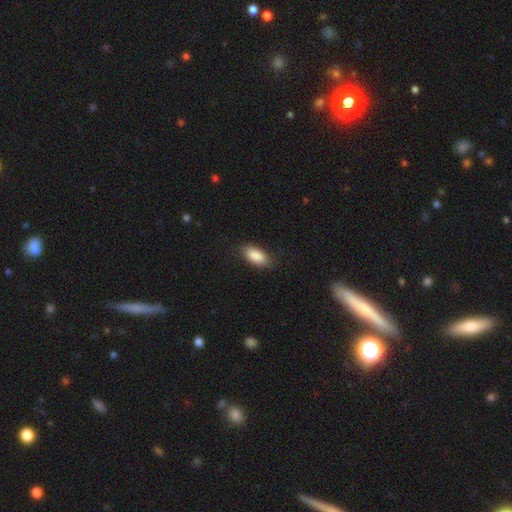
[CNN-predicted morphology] The model was most divided on "merging": none: 81%, minor disturbance: 15%, major disturbance: 3%, merger: 1%. More confident: how rounded — in between (91%); smooth or featured — smooth (89%).